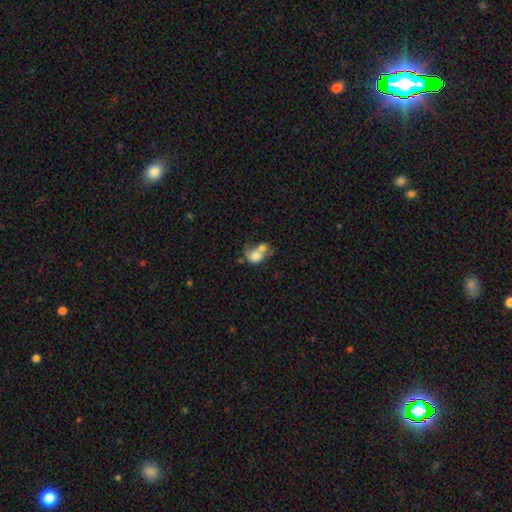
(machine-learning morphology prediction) Smooth or featured? Predicted: smooth (p=0.63). How rounded? Predicted: in between (p=0.54). Merging? Predicted: merger (p=0.66).